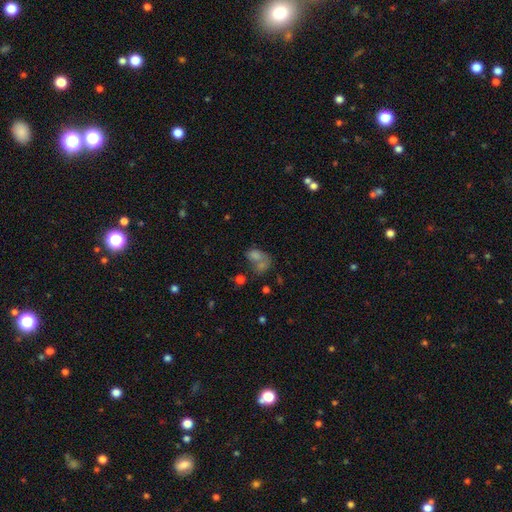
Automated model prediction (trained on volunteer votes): Smooth or featured: smooth — 57% (star or artifact — 23%)
How rounded: in between — 69% (round — 28%)
Merging: merger — 47% (none — 28%)